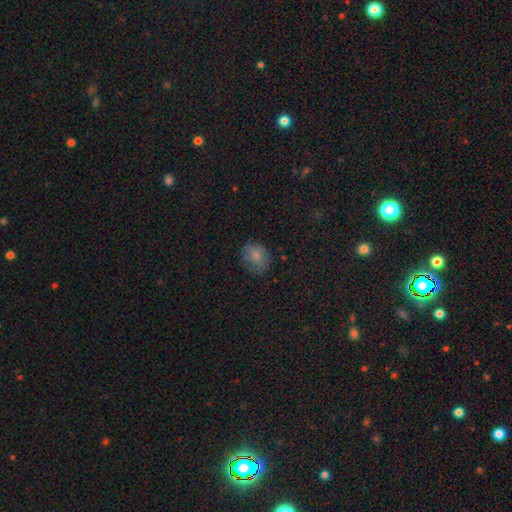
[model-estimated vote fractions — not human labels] Smooth or featured? Predicted: smooth (p=0.75). How rounded? Predicted: round (p=0.68). Merging? Predicted: none (p=0.67).